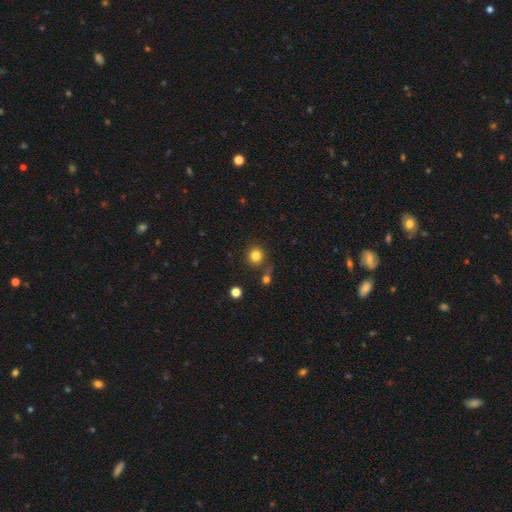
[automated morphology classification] smooth 82%, star or artifact 12%, featured or disk 6%. Down the decision tree: how rounded — round (91%); merging — none (74%).